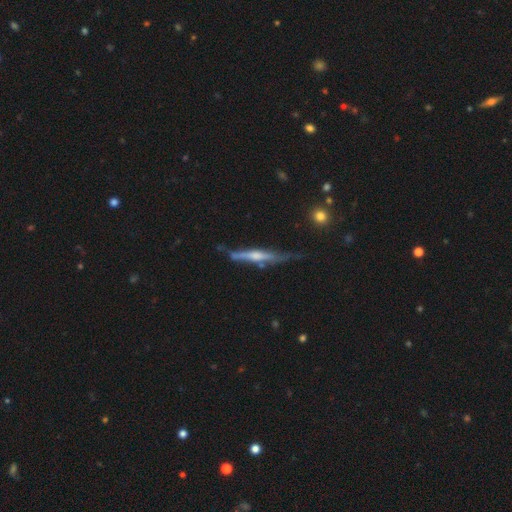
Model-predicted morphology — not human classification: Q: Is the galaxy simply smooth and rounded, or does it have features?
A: featured or disk — 70%.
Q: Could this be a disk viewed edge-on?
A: yes — 94%.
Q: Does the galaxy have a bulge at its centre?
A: rounded — 60%.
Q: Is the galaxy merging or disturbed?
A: none — 62%.